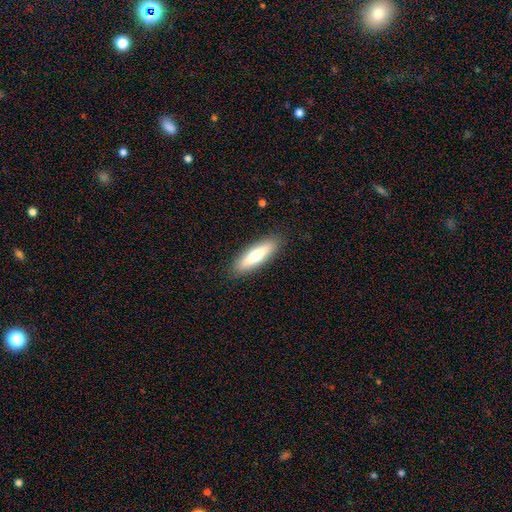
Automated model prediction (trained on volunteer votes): Smooth or featured? Predicted: smooth (p=0.59). How rounded? Predicted: cigar-shaped (p=0.65). Merging? Predicted: none (p=0.89).